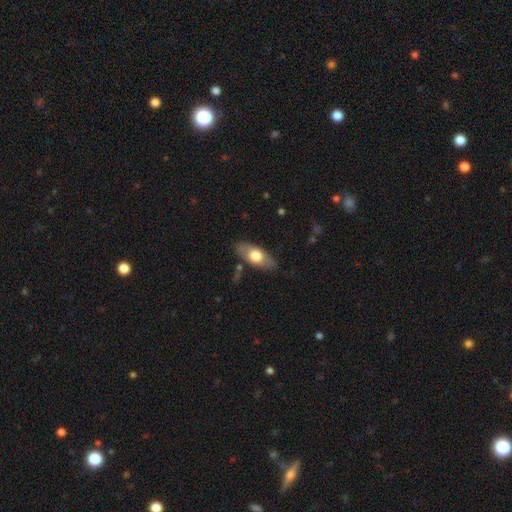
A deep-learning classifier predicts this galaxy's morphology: Smooth or featured: smooth — 63% (featured or disk — 32%)
How rounded: in between — 84% (cigar-shaped — 12%)
Merging: none — 82% (minor disturbance — 13%)